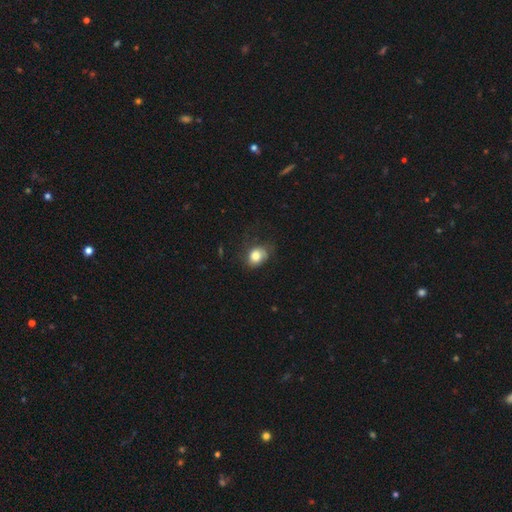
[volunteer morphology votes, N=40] Volunteers were most divided on "merging": none: 47%, minor disturbance: 29%, major disturbance: 24%, merger: 0%. More confident: smooth or featured — smooth (85%); how rounded — round (65%).